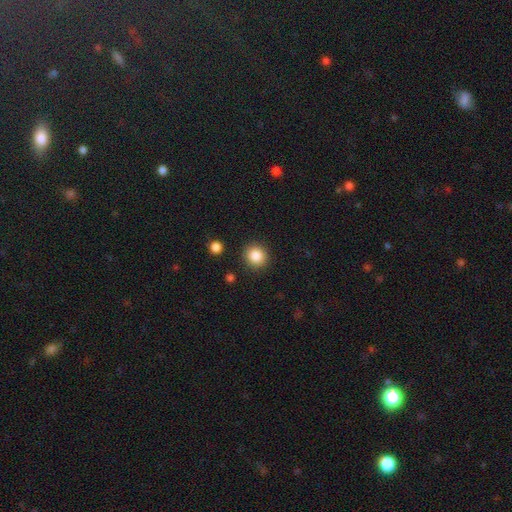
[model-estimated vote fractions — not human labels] Smooth or featured? Predicted: smooth (p=0.85). How rounded? Predicted: round (p=0.90). Merging? Predicted: none (p=0.90).